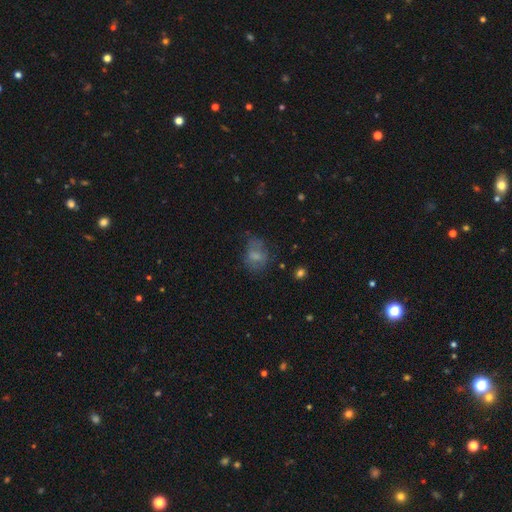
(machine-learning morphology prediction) A smooth galaxy with no disk features (62%) that is in between round and cigar-shaped (57%).

Vote fractions:
- Smooth or featured? smooth: 62% / featured or disk: 25% / star or artifact: 13%
- How rounded? in between: 57% / round: 41% / cigar-shaped: 1%
- Merging? none: 46% / minor disturbance: 28% / major disturbance: 23% / merger: 3%